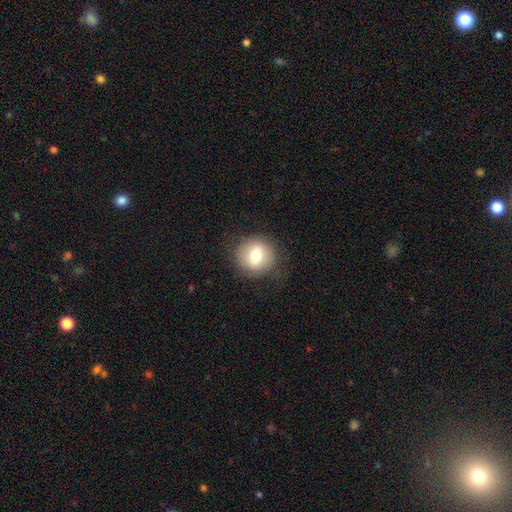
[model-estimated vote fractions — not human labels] smooth 70%, featured or disk 21%, star or artifact 9%. Down the decision tree: how rounded — round (87%); merging — none (83%).